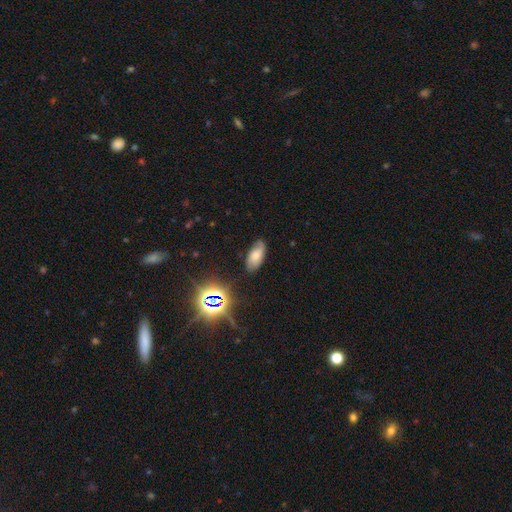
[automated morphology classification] This is possibly a smooth galaxy (48%). Merging: likely none (71%).